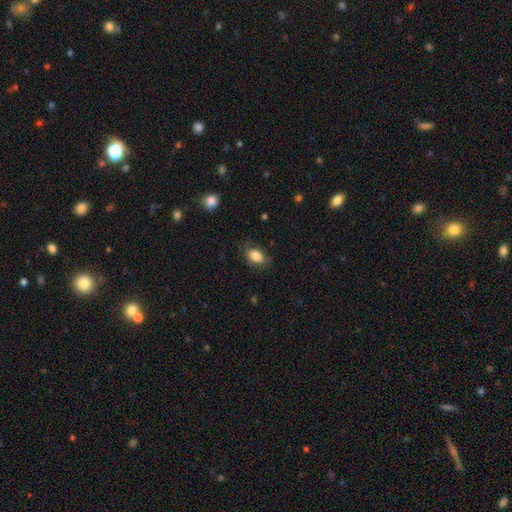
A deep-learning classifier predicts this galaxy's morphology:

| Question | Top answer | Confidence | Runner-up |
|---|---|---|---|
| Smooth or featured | smooth | 80% | featured or disk (13%) |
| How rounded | in between | 85% | round (13%) |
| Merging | none | 71% | minor disturbance (21%) |